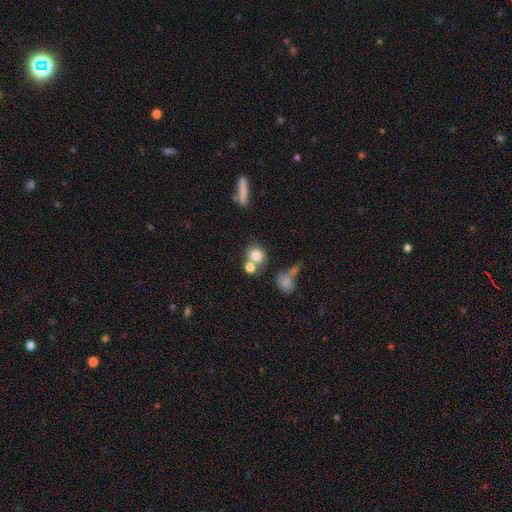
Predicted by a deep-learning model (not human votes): smooth-or-featured: smooth: 79% | star or artifact: 11% | featured or disk: 10%
  how-rounded: round: 73% | in between: 26% | cigar-shaped: 2%
  merging: none: 48% | merger: 36% | minor disturbance: 11% | major disturbance: 6%